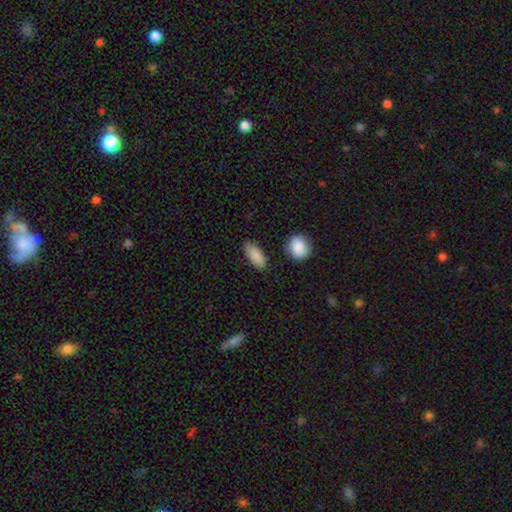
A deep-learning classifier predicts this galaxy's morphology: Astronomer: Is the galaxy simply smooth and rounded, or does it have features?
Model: smooth — 89%.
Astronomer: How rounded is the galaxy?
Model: in between — 86%.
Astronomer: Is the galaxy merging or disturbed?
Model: none — 83%.